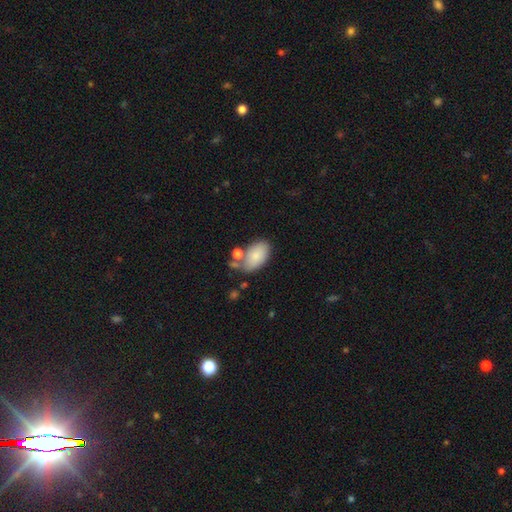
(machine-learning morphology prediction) Overall: smooth (81%). How rounded: in between (94%). Merging: none (54%; minor disturbance 21%).